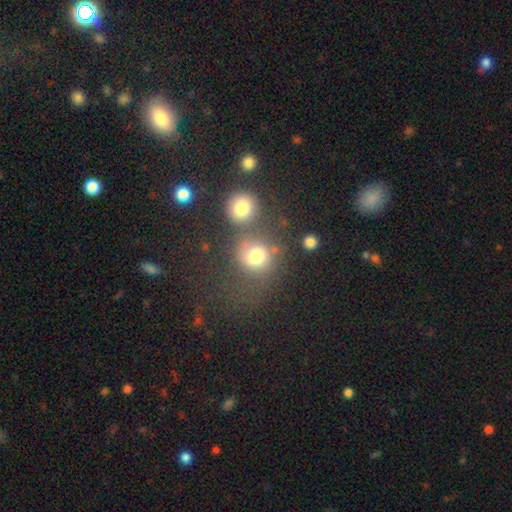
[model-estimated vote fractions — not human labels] Smooth or featured? Predicted: smooth (p=0.75). How rounded? Predicted: round (p=0.82). Merging? Predicted: none (p=0.46).